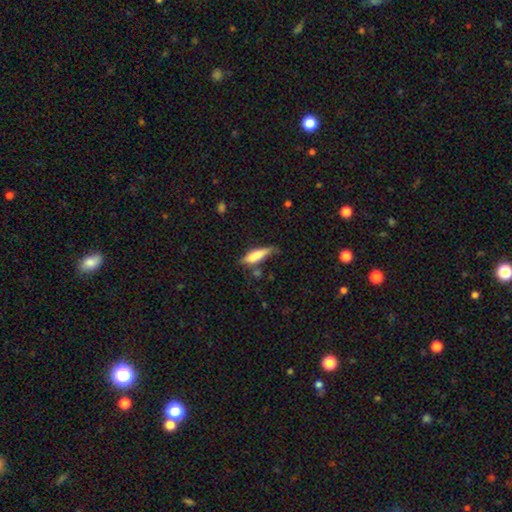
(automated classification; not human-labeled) Morphology: type=smooth (70%); roundness=cigar-shaped (66%); merging=none (51%).